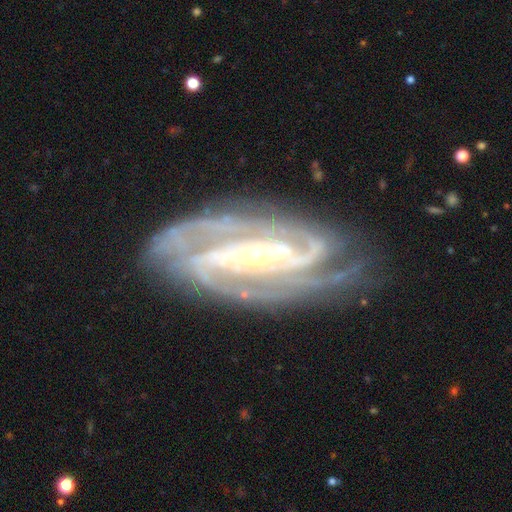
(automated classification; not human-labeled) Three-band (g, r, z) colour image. It shows a featured or disk galaxy (92%) with a strong bar (50%), 3 (30%) tight (64%) spiral arms (98%) and a small central bulge (70%). Merging: none (79%).